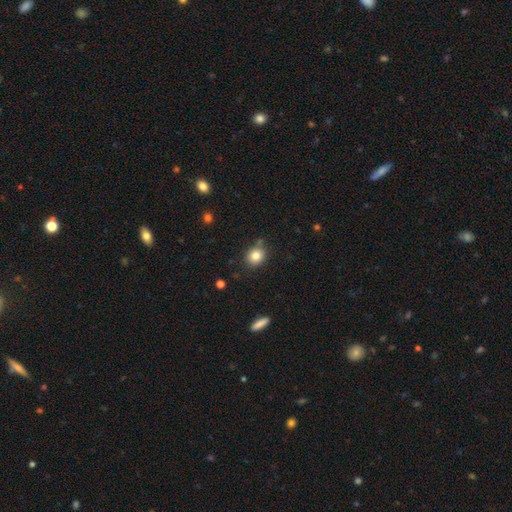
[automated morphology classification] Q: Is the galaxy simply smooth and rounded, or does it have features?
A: smooth — 83%.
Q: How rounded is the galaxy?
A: round — 71%.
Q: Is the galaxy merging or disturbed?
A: none — 77%.